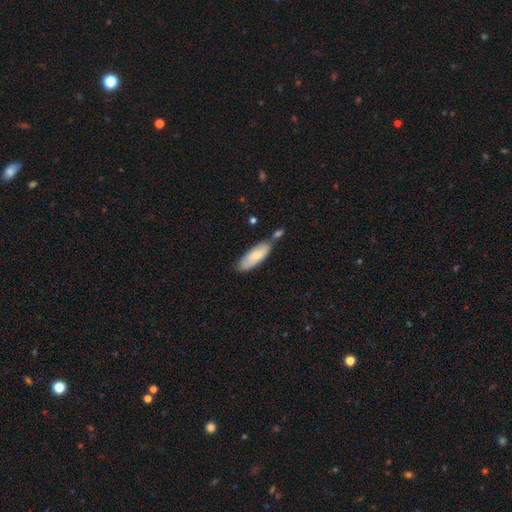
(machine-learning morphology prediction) smooth 75%, featured or disk 19%, star or artifact 5%. Down the decision tree: how rounded — in between (61%); merging — none (55%).